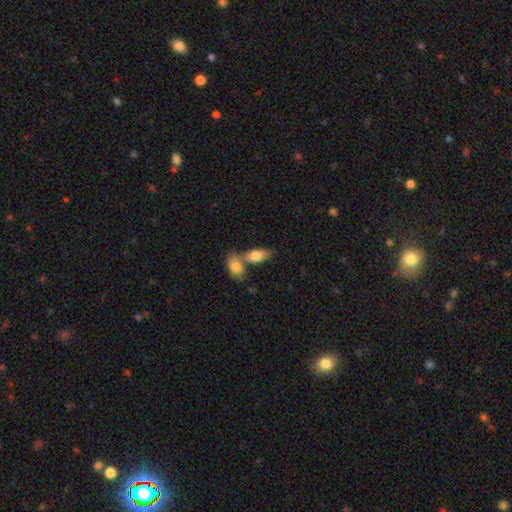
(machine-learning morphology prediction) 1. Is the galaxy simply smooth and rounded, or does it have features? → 77% smooth, 17% featured or disk, 6% star or artifact.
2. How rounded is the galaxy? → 86% in between, 9% cigar-shaped, 5% round.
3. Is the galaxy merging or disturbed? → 53% merger, 34% none, 9% minor disturbance, 4% major disturbance.